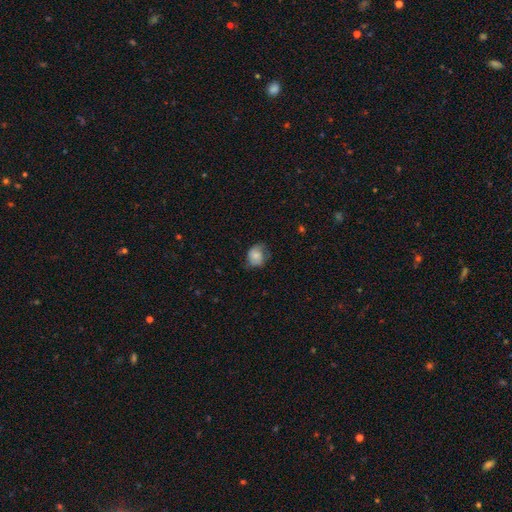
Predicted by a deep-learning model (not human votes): smooth-or-featured: smooth: 72% | featured or disk: 20% | star or artifact: 8%
  how-rounded: round: 50% | in between: 49% | cigar-shaped: 1%
  merging: none: 54% | minor disturbance: 32% | major disturbance: 12% | merger: 1%